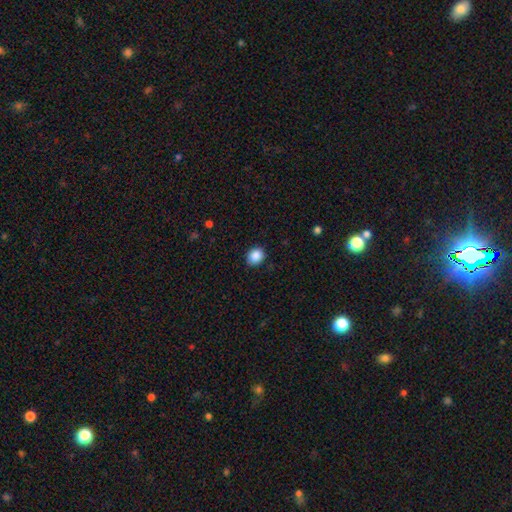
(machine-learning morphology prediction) Smooth or featured: smooth — 88% (star or artifact — 9%)
How rounded: round — 73% (in between — 26%)
Merging: none — 88% (minor disturbance — 9%)